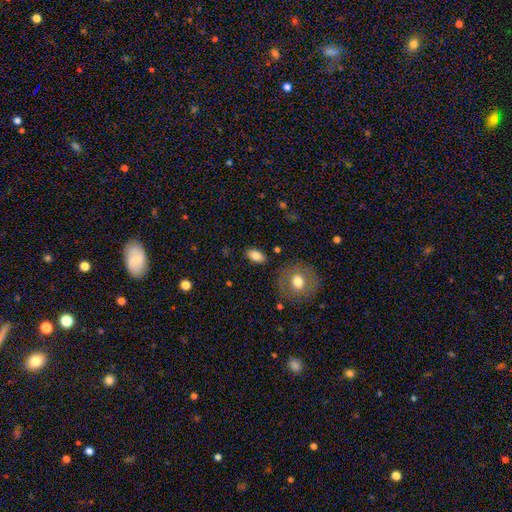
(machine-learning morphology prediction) Smooth or featured?
  - smooth: 82% *
  - featured or disk: 10%
  - star or artifact: 8%
How rounded?
  - in between: 90% *
  - round: 7%
  - cigar-shaped: 3%
Merging?
  - none: 85% *
  - minor disturbance: 10%
  - major disturbance: 3%
  - merger: 2%